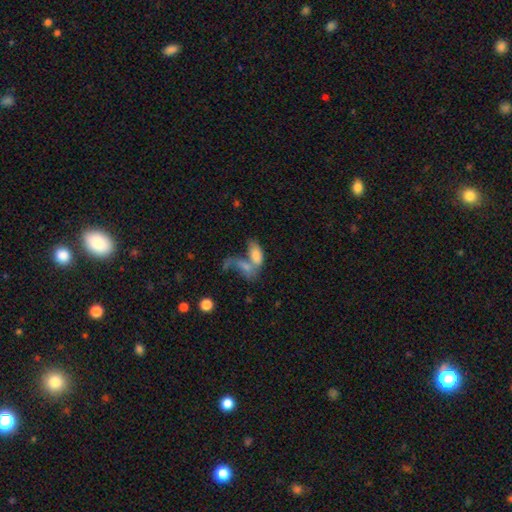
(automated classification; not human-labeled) Q: Smooth or featured?
A: smooth (71%); runner-up: featured or disk (20%)
Q: How rounded?
A: in between (87%); runner-up: cigar-shaped (9%)
Q: Merging?
A: merger (66%); runner-up: none (17%)